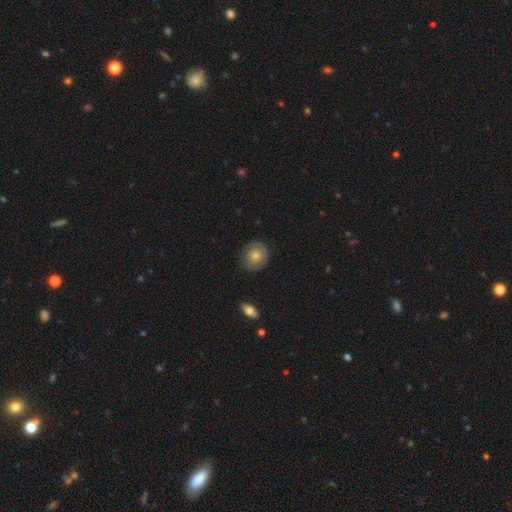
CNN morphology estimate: Smooth or featured? smooth (64%)
How rounded? round (78%)
Merging? none (84%)